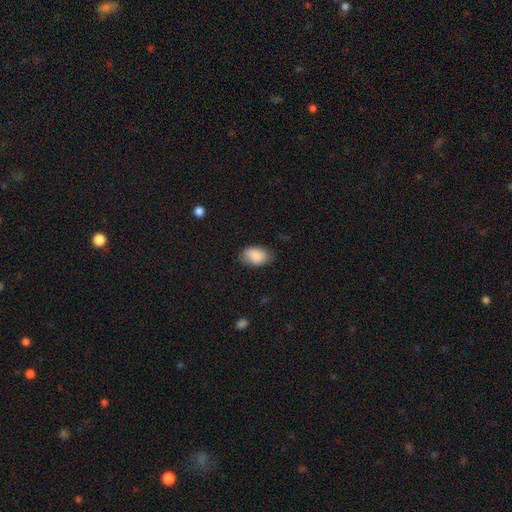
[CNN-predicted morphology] Smooth or featured? smooth (86%)
How rounded? in between (88%)
Merging? none (74%)